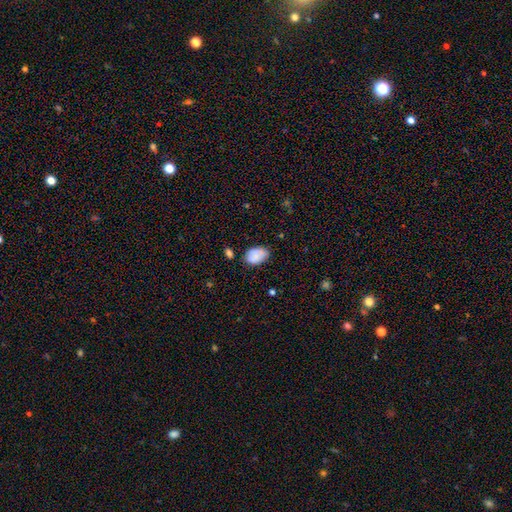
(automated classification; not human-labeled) This appears to be a smooth galaxy with no disk features (83%) that is in between round and cigar-shaped (88%). Merging: none (66%).